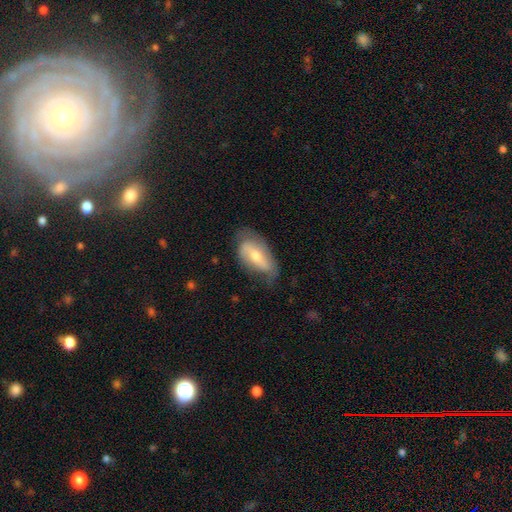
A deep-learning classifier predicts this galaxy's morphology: Smooth or featured?
  - smooth: 48% *
  - featured or disk: 46%
  - star or artifact: 7%
Merging?
  - none: 53% *
  - minor disturbance: 33%
  - major disturbance: 12%
  - merger: 2%